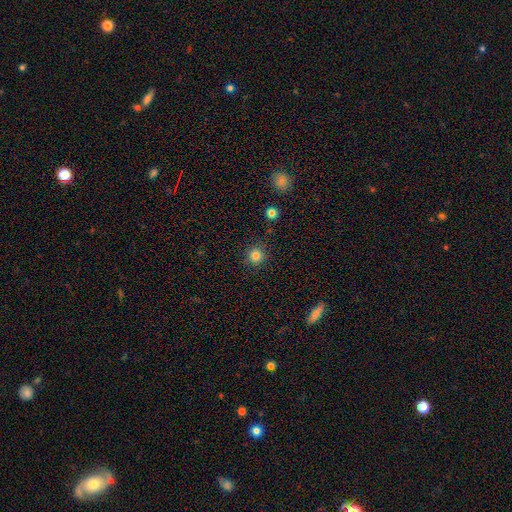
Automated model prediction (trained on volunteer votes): Smooth or featured?
  - smooth: 83% *
  - star or artifact: 12%
  - featured or disk: 5%
How rounded?
  - round: 94% *
  - in between: 5%
  - cigar-shaped: 1%
Merging?
  - none: 89% *
  - minor disturbance: 7%
  - major disturbance: 2%
  - merger: 2%